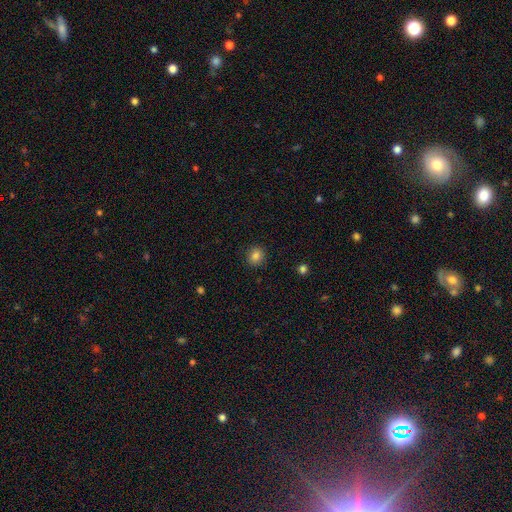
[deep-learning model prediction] Smooth or featured?
  - smooth: 83% *
  - star or artifact: 11%
  - featured or disk: 6%
How rounded?
  - round: 79% *
  - in between: 20%
  - cigar-shaped: 1%
Merging?
  - none: 90% *
  - minor disturbance: 7%
  - major disturbance: 2%
  - merger: 1%